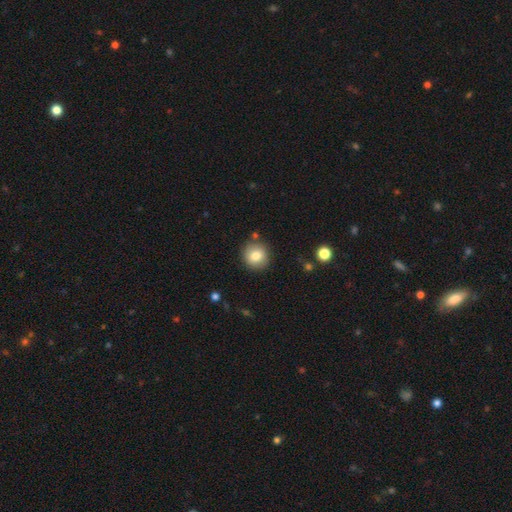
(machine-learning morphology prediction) Q: Smooth or featured?
A: smooth (81%); runner-up: featured or disk (10%)
Q: How rounded?
A: round (91%); runner-up: in between (8%)
Q: Merging?
A: none (86%); runner-up: minor disturbance (9%)